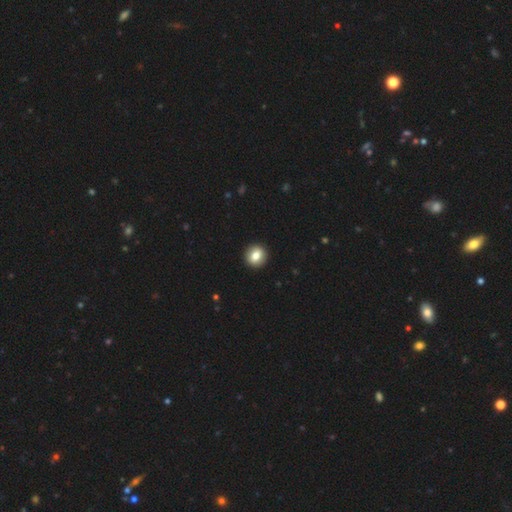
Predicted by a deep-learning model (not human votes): This appears to be a smooth galaxy with no disk features (79%) that is round (87%). Merging: none (93%).